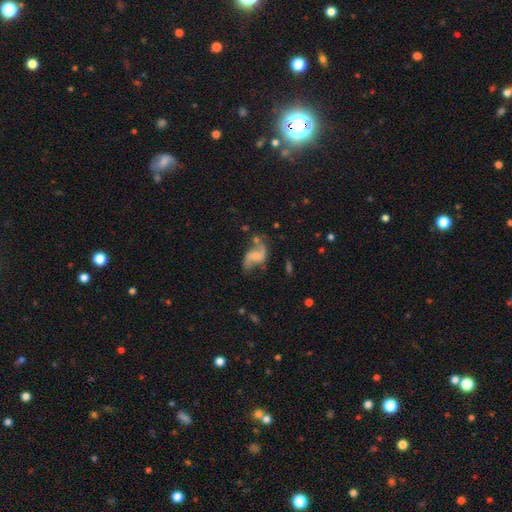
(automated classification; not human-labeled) A featured or disk galaxy (77%) with no bar (47%), 2 (90%) loose (73%) spiral arms (91%) and no central bulge (39%).

Vote fractions:
- Smooth or featured? featured or disk: 77% / smooth: 16% / star or artifact: 8%
- Edge-on disk? no: 97% / yes: 3%
- Bar? no: 47% / weak: 41% / strong: 12%
- Spiral arms? yes: 91% / no: 9%
- Spiral winding? loose: 73% / medium: 22% / tight: 5%
- Spiral arm count? 2: 90% / 1: 4% / can't tell: 3% / 3: 1% / 4: 1% / more than 4: 1%
- Bulge size? none: 39% / small: 34% / moderate: 21% / large: 5% / dominant: 1%
- Merging? none: 52% / minor disturbance: 23% / major disturbance: 16% / merger: 9%